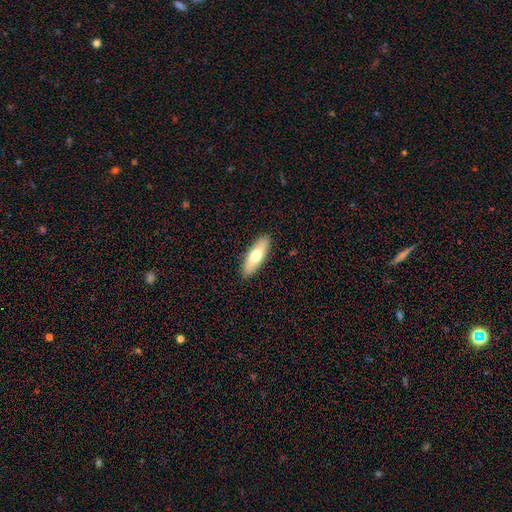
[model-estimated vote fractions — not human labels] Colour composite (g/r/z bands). It shows a smooth galaxy with no disk features (69%) that is in between round and cigar-shaped (58%). Merging: none (91%).